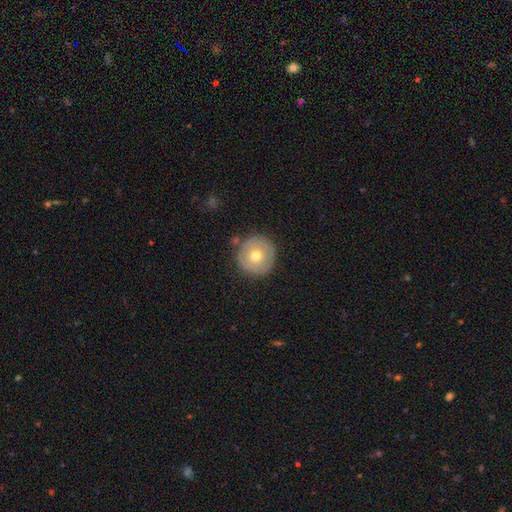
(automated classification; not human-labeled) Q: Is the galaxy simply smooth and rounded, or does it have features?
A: smooth — 59%.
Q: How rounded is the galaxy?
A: round — 95%.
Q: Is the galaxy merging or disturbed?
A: none — 83%.